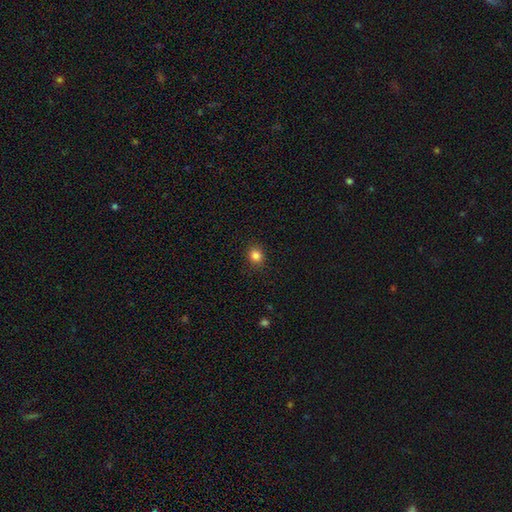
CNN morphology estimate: This appears to be a smooth galaxy with no disk features (84%) that is round (76%). Merging: none (89%).